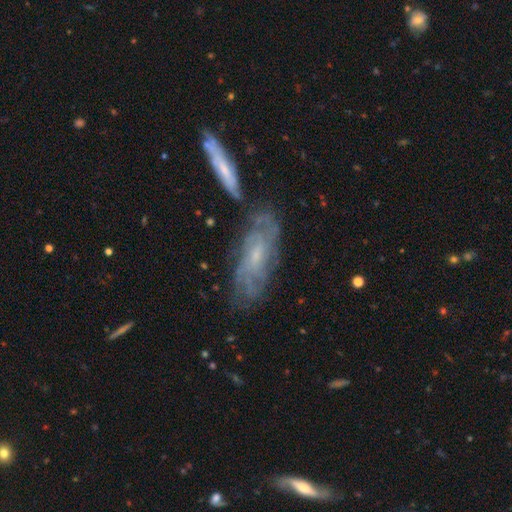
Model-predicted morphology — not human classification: The model was most divided on "spiral winding": tight: 62%, medium: 29%, loose: 9%. More confident: spiral arms — yes (87%); edge-on disk — no (86%); smooth or featured — featured or disk (73%); bulge size — small (68%); merging — none (66%); bar — no (66%); spiral arm count — can't tell (56%).